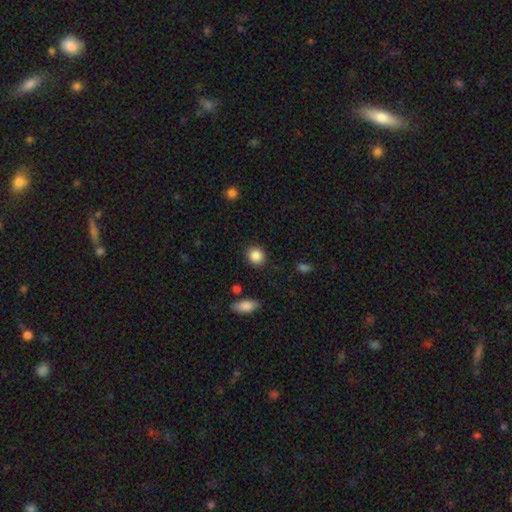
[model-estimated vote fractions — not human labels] Smooth or featured? Predicted: smooth (p=0.87). How rounded? Predicted: round (p=0.76). Merging? Predicted: none (p=0.88).